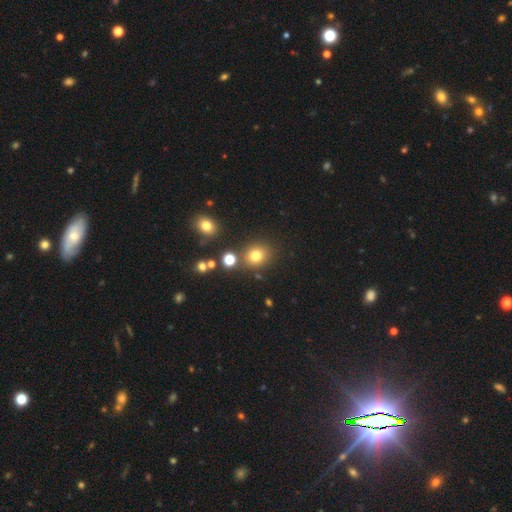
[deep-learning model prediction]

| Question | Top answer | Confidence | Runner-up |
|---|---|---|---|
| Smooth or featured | smooth | 76% | star or artifact (17%) |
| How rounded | round | 76% | in between (23%) |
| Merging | none | 78% | minor disturbance (10%) |